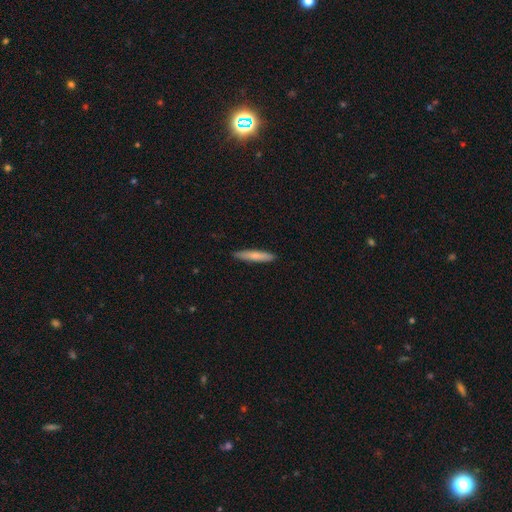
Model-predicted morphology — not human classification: A smooth galaxy with no disk features (76%) that is cigar-shaped (90%).

Vote fractions:
- Smooth or featured? smooth: 76% / featured or disk: 18% / star or artifact: 5%
- How rounded? cigar-shaped: 90% / in between: 9% / round: 1%
- Merging? none: 90% / minor disturbance: 8% / major disturbance: 1% / merger: 1%